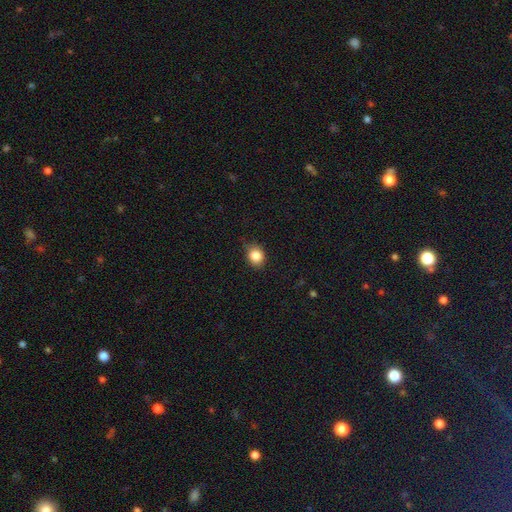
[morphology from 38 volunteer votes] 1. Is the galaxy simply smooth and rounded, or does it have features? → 89% smooth, 8% star or artifact, 3% featured or disk.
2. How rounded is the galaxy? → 68% round, 32% in between, 0% cigar-shaped.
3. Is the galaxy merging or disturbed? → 77% none, 20% minor disturbance, 3% major disturbance, 0% merger.